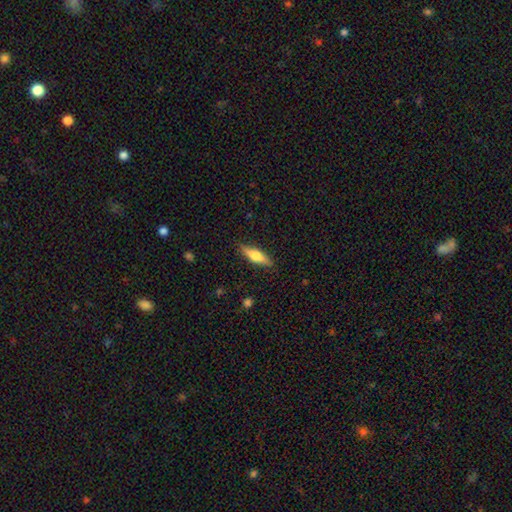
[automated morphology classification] type=smooth (53%); roundness=cigar-shaped (61%); merging=none (87%).